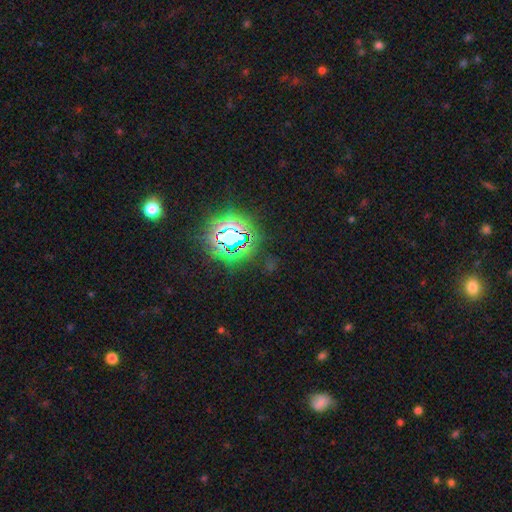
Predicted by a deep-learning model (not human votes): Overall: star or artifact (81%).